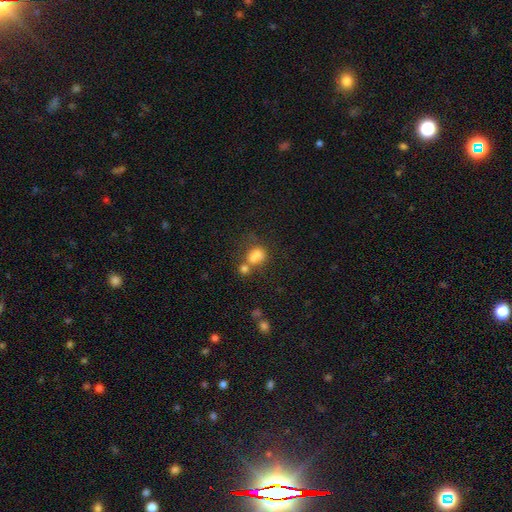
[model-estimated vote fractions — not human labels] smooth_or_featured: smooth (p=0.70) [alt: featured or disk p=0.16]
how_rounded: round (p=0.57) [alt: in between p=0.42]
merging: merger (p=0.52) [alt: none p=0.29]